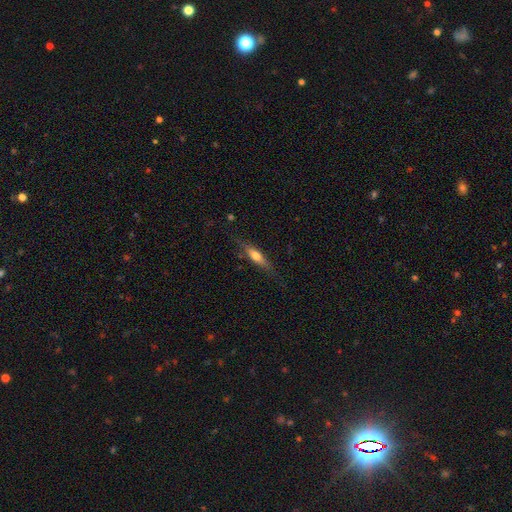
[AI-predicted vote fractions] Smooth or featured?
  - smooth: 48% *
  - featured or disk: 45%
  - star or artifact: 7%
Merging?
  - none: 78% *
  - minor disturbance: 16%
  - major disturbance: 5%
  - merger: 2%